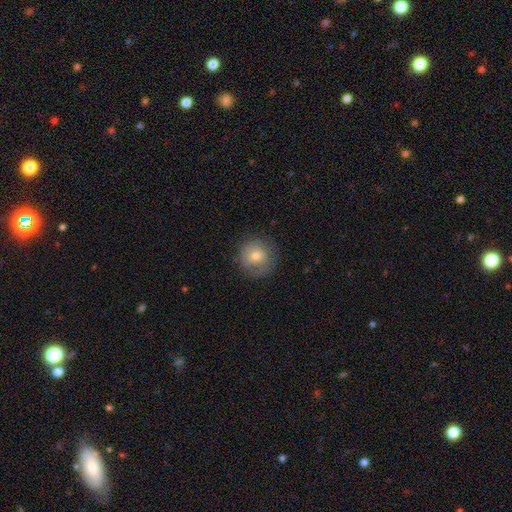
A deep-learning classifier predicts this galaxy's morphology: Smooth or featured? Predicted: smooth (p=0.68). How rounded? Predicted: round (p=0.92). Merging? Predicted: none (p=0.76).